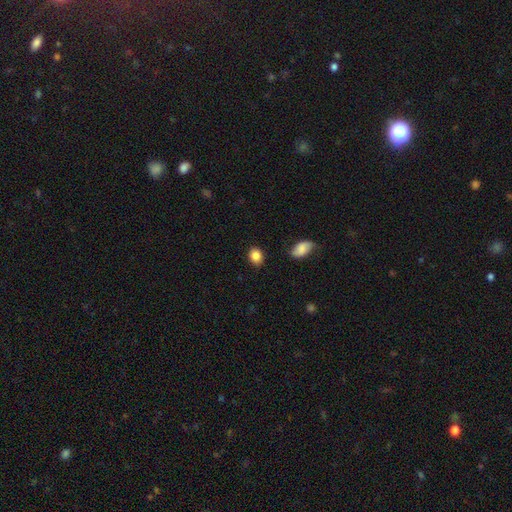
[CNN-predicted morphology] smooth_or_featured: smooth (p=0.86) [alt: star or artifact p=0.08]
how_rounded: in between (p=0.55) [alt: round p=0.43]
merging: none (p=0.84) [alt: minor disturbance p=0.11]